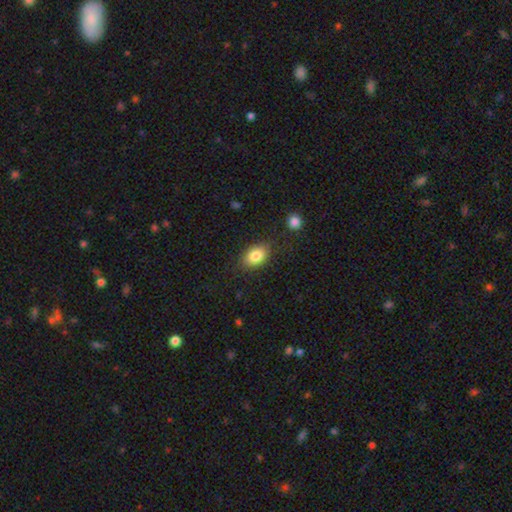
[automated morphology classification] Smooth or featured: smooth — 83% (featured or disk — 9%)
How rounded: in between — 85% (round — 14%)
Merging: none — 82% (minor disturbance — 13%)